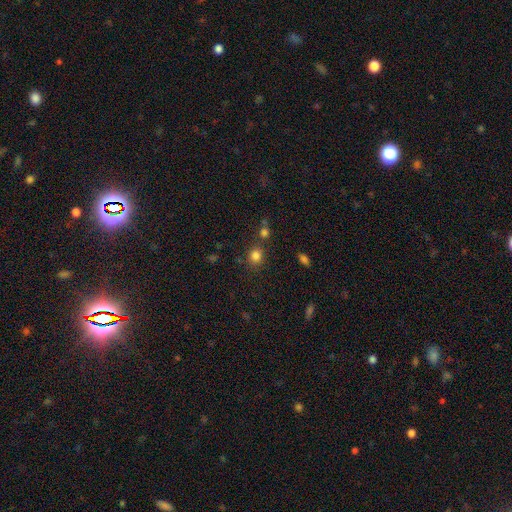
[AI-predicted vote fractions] Smooth or featured: smooth — 80% (star or artifact — 15%)
How rounded: round — 76% (in between — 23%)
Merging: none — 76% (minor disturbance — 10%)